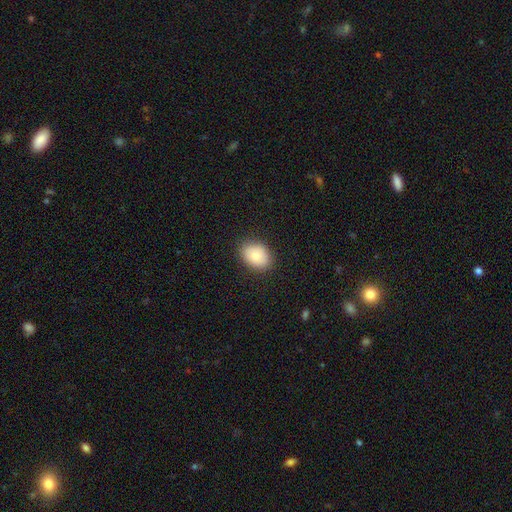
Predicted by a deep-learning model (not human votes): A smooth galaxy with no disk features (82%) that is in between round and cigar-shaped (73%). Merging: none (87%).